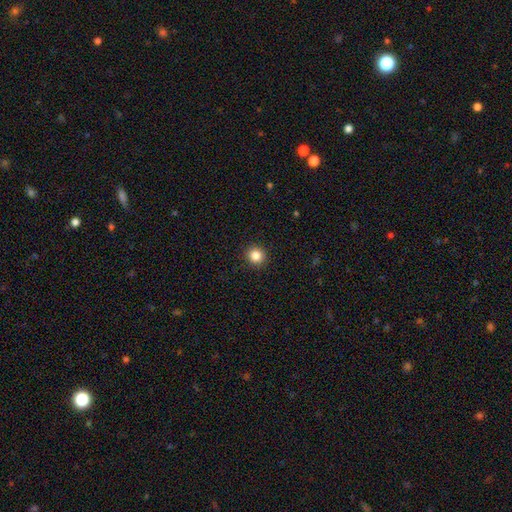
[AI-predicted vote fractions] The model was most divided on "smooth or featured": smooth: 85%, star or artifact: 11%, featured or disk: 4%. More confident: merging — none (92%); how rounded — round (92%).